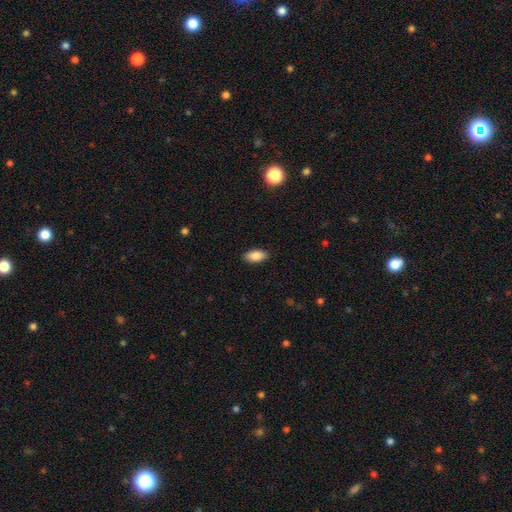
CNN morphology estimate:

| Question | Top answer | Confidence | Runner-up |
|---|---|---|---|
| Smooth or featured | smooth | 87% | star or artifact (7%) |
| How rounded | in between | 91% | cigar-shaped (6%) |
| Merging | none | 89% | minor disturbance (8%) |